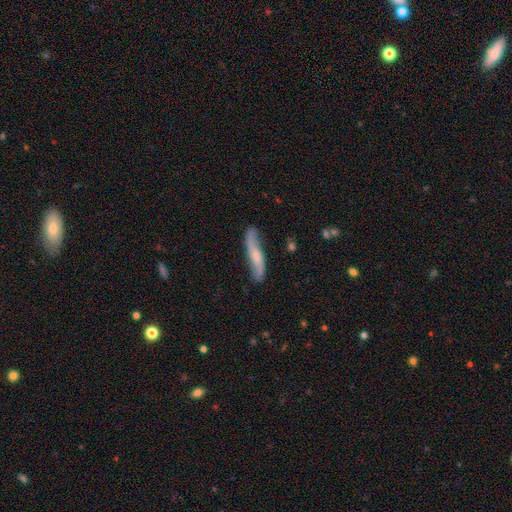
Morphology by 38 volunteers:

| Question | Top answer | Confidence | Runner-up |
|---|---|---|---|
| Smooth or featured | featured or disk | 71% | smooth (26%) |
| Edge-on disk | yes | 52% | no (48%) |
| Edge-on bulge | rounded | 71% | none (29%) |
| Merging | none | 68% | minor disturbance (19%) |